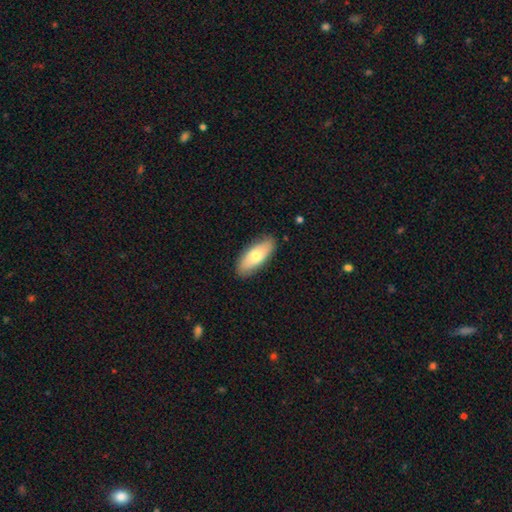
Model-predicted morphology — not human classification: type=smooth (69%); roundness=in between (80%); merging=none (85%).